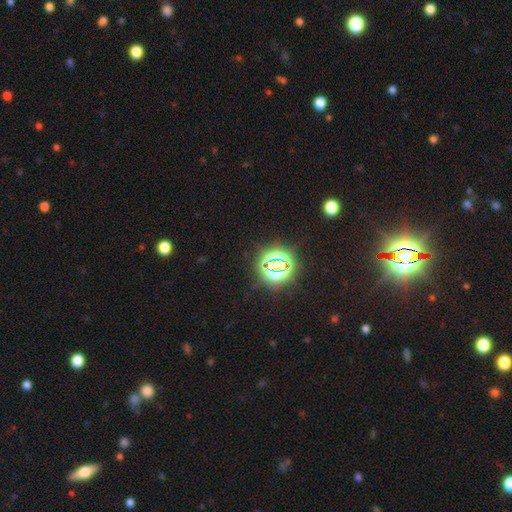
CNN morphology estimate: Smooth or featured? Predicted: star or artifact (p=0.82).